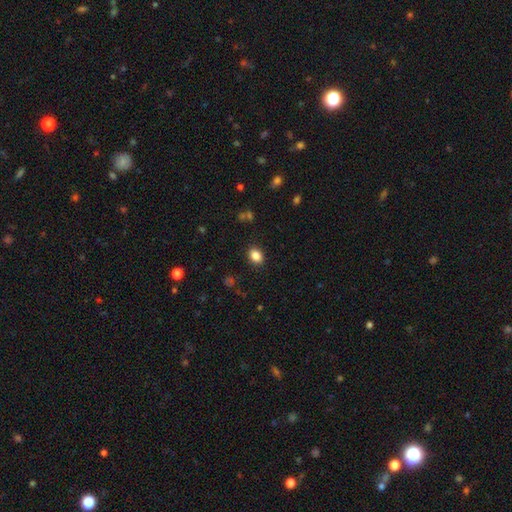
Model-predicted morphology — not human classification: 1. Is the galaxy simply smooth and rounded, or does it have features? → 85% smooth, 10% star or artifact, 5% featured or disk.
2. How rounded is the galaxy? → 65% in between, 34% round, 1% cigar-shaped.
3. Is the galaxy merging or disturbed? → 88% none, 8% minor disturbance, 2% major disturbance, 1% merger.